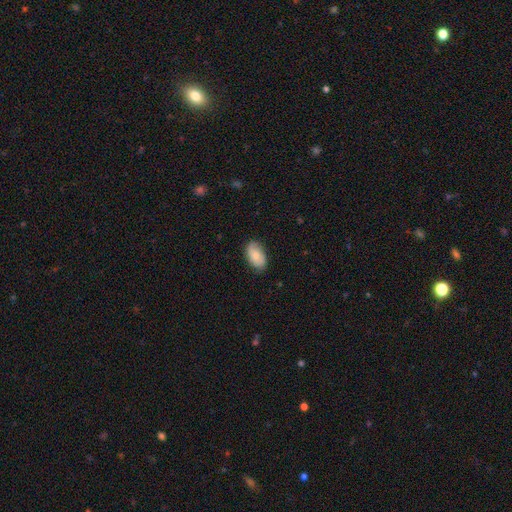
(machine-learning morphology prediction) Overall: smooth (71%). How rounded: in between (92%). Merging: none (79%).